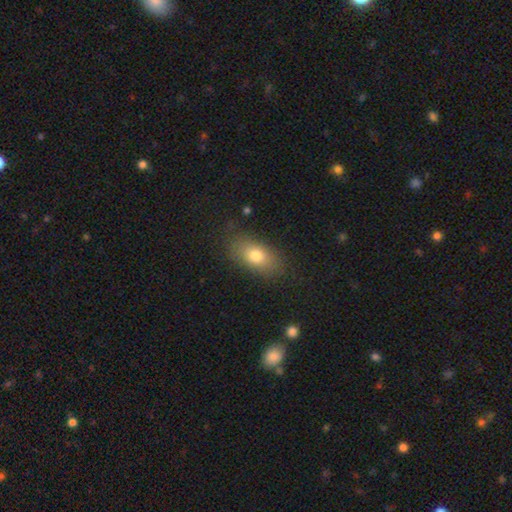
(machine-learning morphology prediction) Smooth or featured? Predicted: smooth (p=0.77). How rounded? Predicted: in between (p=0.87). Merging? Predicted: none (p=0.80).